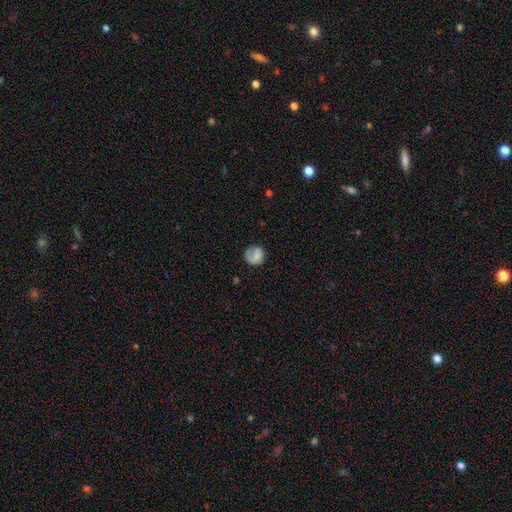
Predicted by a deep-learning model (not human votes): Smooth or featured? Predicted: smooth (p=0.73). How rounded? Predicted: round (p=0.86). Merging? Predicted: none (p=0.66).